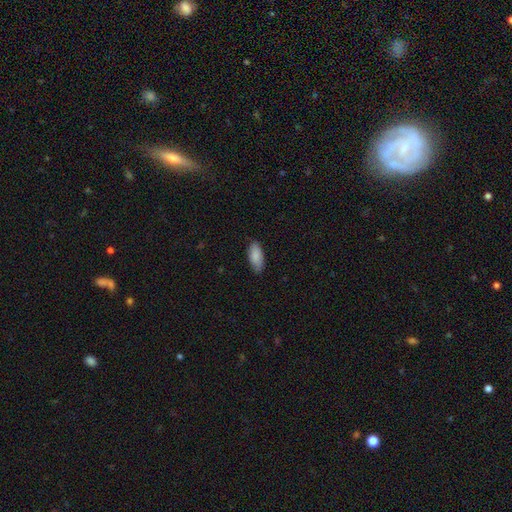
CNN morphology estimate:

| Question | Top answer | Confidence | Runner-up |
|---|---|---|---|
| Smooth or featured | smooth | 88% | featured or disk (6%) |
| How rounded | in between | 87% | cigar-shaped (11%) |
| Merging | none | 83% | minor disturbance (13%) |